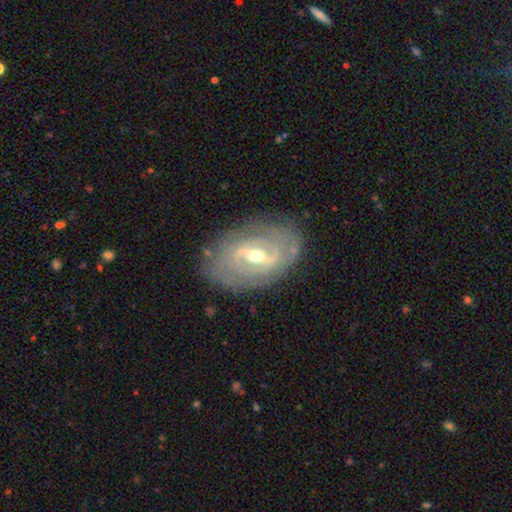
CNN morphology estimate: smooth_or_featured: featured or disk (p=0.83) [alt: smooth p=0.11]
disk_edge_on: no (p=0.93) [alt: yes p=0.07]
bar: strong (p=0.45) [alt: weak p=0.42]
has_spiral_arms: yes (p=0.82) [alt: no p=0.18]
spiral_winding: tight (p=0.64) [alt: medium p=0.26]
spiral_arm_count: 2 (p=0.41) [alt: can't tell p=0.38]
bulge_size: moderate (p=0.58) [alt: small p=0.38]
merging: none (p=0.78) [alt: minor disturbance p=0.15]